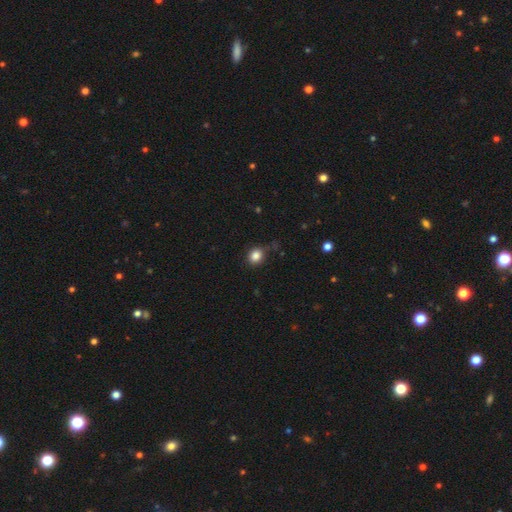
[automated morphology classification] type=smooth (85%); roundness=round (69%); merging=none (77%).